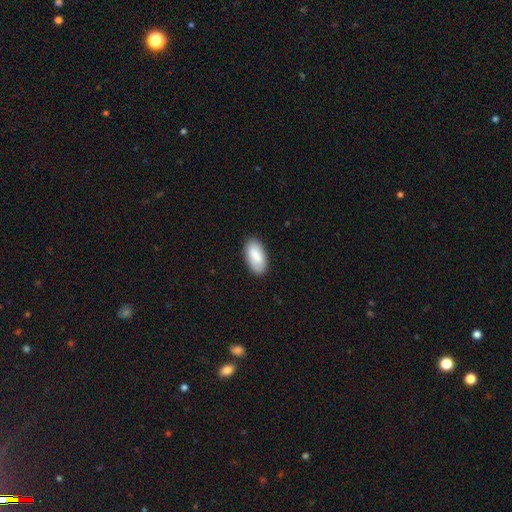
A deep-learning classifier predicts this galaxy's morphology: Q: Smooth or featured?
A: smooth (85%); runner-up: featured or disk (9%)
Q: How rounded?
A: in between (94%); runner-up: cigar-shaped (4%)
Q: Merging?
A: none (87%); runner-up: minor disturbance (10%)